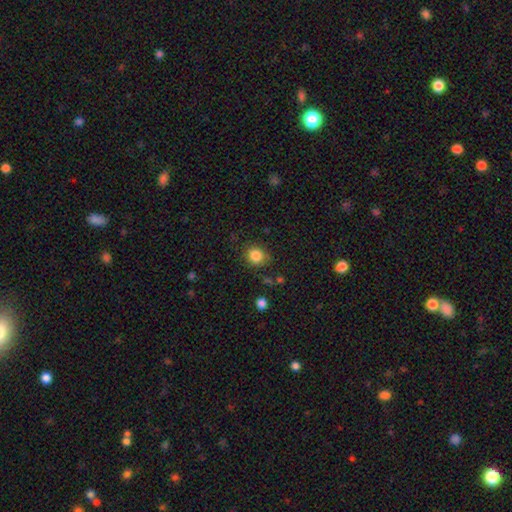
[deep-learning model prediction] This appears to be a smooth galaxy with no disk features (85%) that is round (78%). Merging: none (78%).